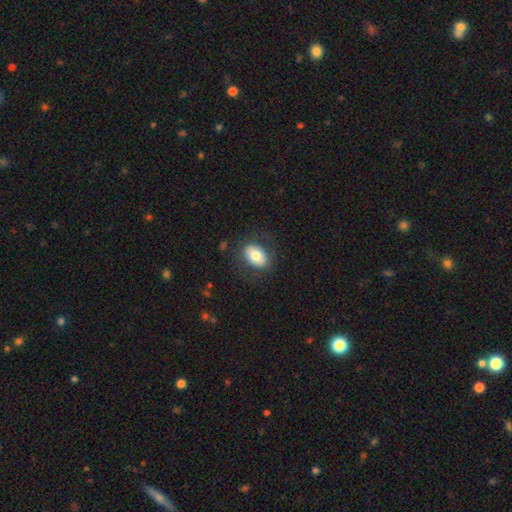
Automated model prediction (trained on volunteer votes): A smooth galaxy with no disk features (75%) that is in between round and cigar-shaped (85%). Merging: none (79%).